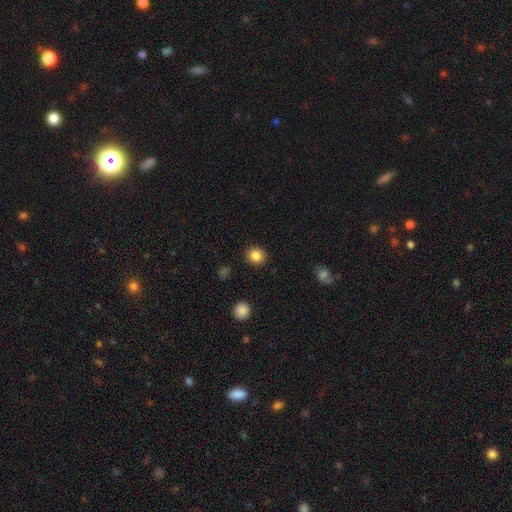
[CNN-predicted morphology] This is clearly a smooth galaxy (85%). How rounded: clearly round (83%). Merging: clearly none (91%).